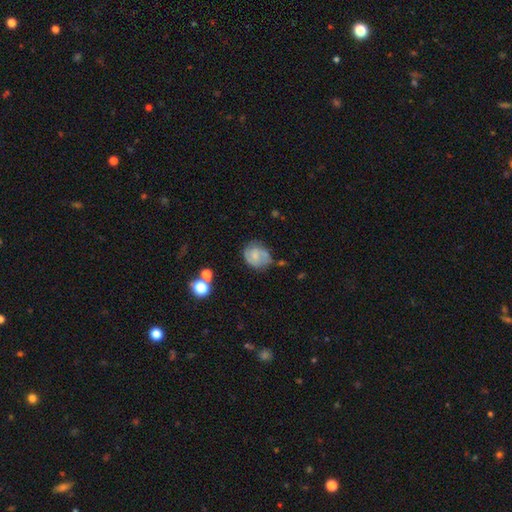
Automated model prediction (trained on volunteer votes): Smooth or featured? Predicted: featured or disk (p=0.50). Edge-on disk? Predicted: no (p=0.97). Merging? Predicted: none (p=0.56).